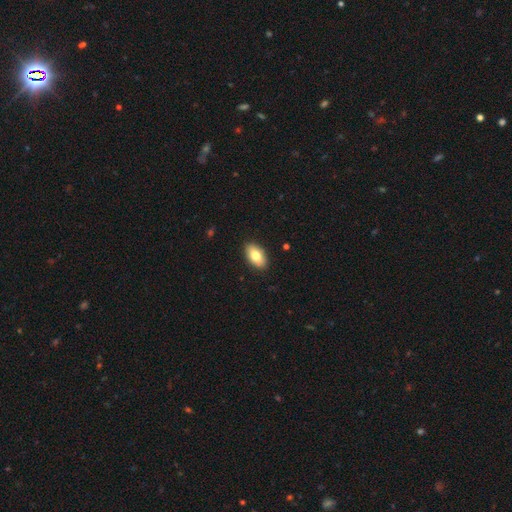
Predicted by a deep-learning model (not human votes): Smooth or featured?
  - smooth: 78% *
  - featured or disk: 15%
  - star or artifact: 7%
How rounded?
  - in between: 93% *
  - round: 4%
  - cigar-shaped: 3%
Merging?
  - none: 89% *
  - minor disturbance: 8%
  - major disturbance: 2%
  - merger: 1%